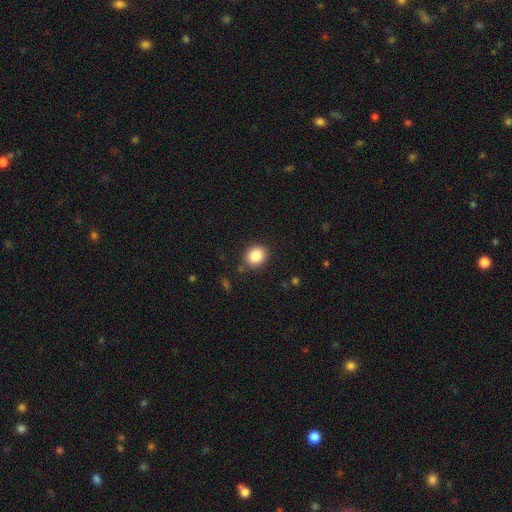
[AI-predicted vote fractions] Overall: smooth (86%). How rounded: round (73%). Merging: none (87%).